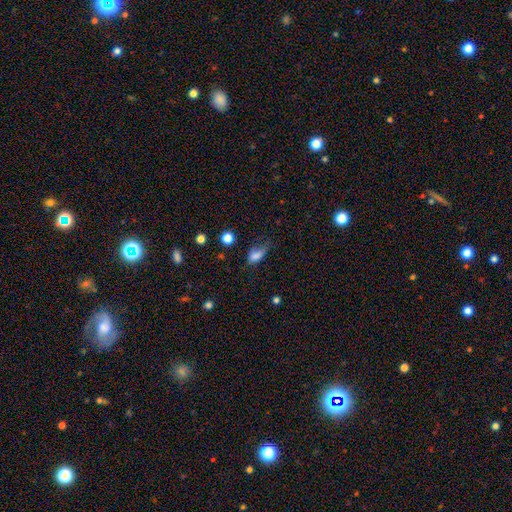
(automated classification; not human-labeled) Smooth or featured: smooth — 74% (featured or disk — 13%)
How rounded: in between — 81% (cigar-shaped — 10%)
Merging: minor disturbance — 38% (none — 34%)